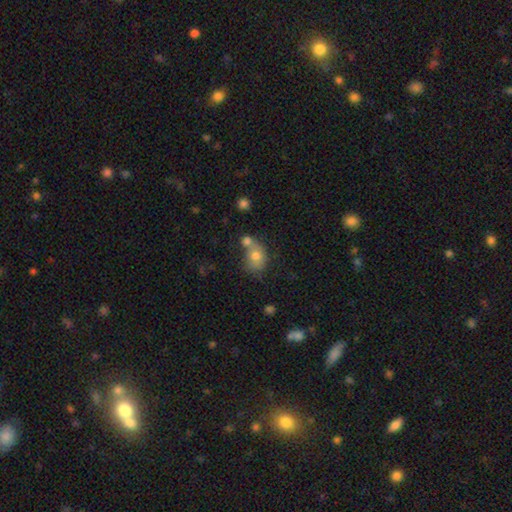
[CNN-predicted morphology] Overall: smooth (73%). How rounded: round (52%; in between 47%). Merging: merger (50%; none 29%).